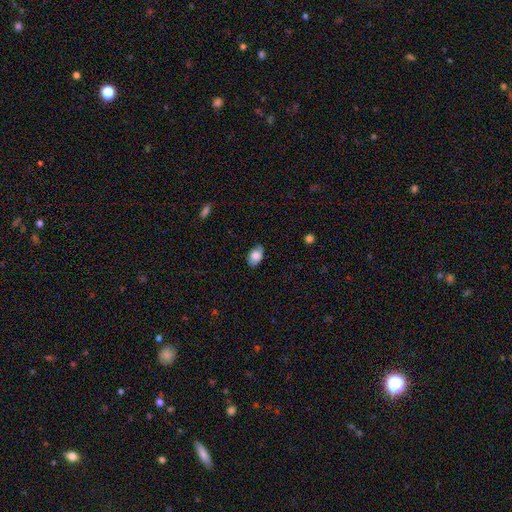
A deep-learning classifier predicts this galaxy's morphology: This is likely a smooth galaxy (77%). How rounded: clearly in between (90%). Merging: likely none (78%).